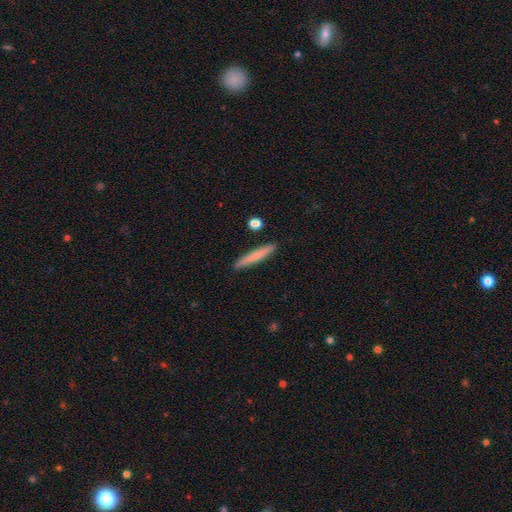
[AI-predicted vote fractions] This appears to be a smooth galaxy with no disk features (65%) that is cigar-shaped (93%). Merging: none (89%).